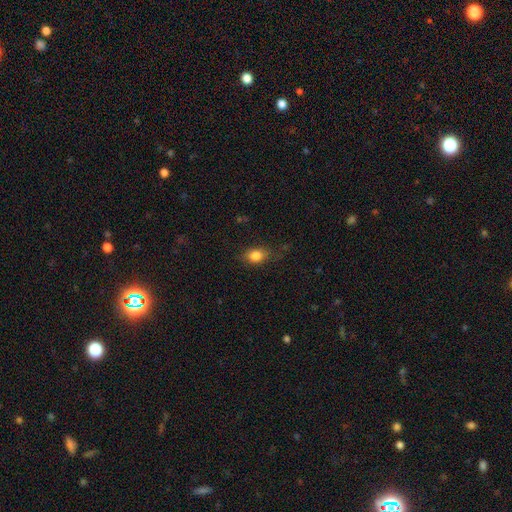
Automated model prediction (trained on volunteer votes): Overall: smooth (83%). How rounded: in between (71%). Merging: none (73%).